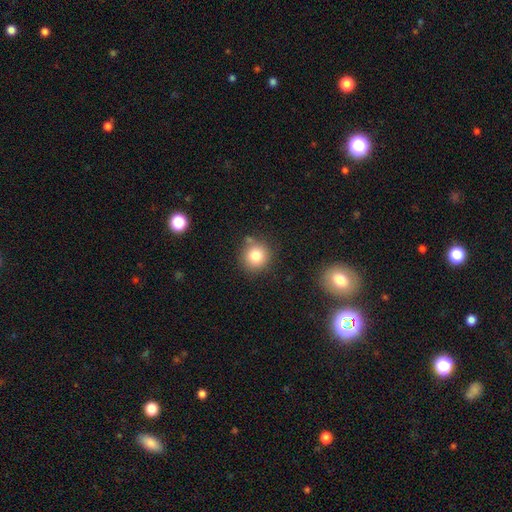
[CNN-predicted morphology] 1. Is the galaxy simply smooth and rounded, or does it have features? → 80% smooth, 12% star or artifact, 9% featured or disk.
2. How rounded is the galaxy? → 91% round, 8% in between, 1% cigar-shaped.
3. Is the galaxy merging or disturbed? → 78% none, 12% minor disturbance, 6% merger, 3% major disturbance.